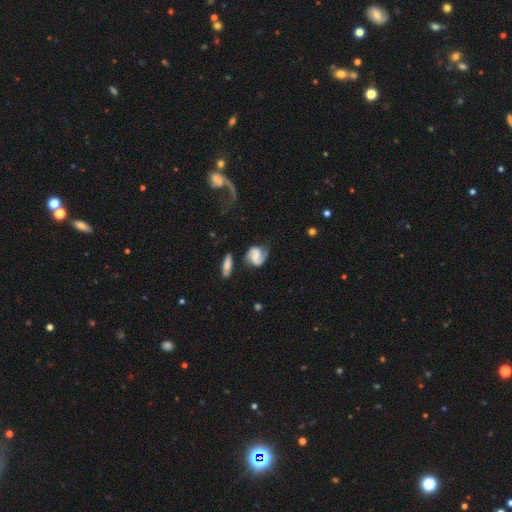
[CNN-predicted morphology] Smooth or featured? Predicted: featured or disk (p=0.76). Edge-on disk? Predicted: no (p=0.97). Bar? Predicted: no (p=0.48). Spiral arms? Predicted: yes (p=0.95). Spiral winding? Predicted: medium (p=0.46). Spiral arm count? Predicted: 2 (p=0.83). Bulge size? Predicted: small (p=0.31). Merging? Predicted: none (p=0.60).